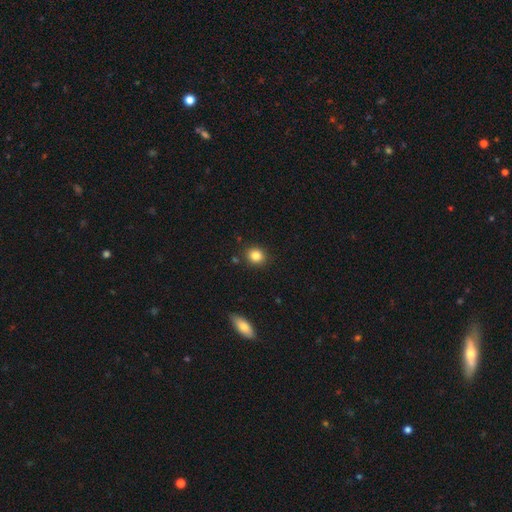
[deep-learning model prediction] Overall: smooth (84%). How rounded: round (77%). Merging: none (88%).